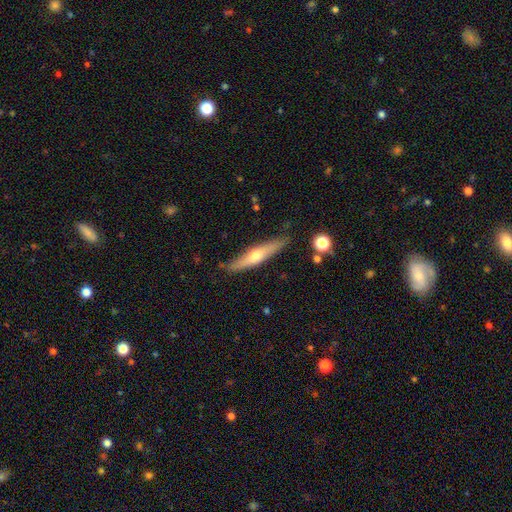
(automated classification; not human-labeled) This is possibly a featured or disk galaxy (56%). It is clearly viewed edge-on (92%). Edge-on bulge: clearly rounded (88%). Merging: clearly none (85%).